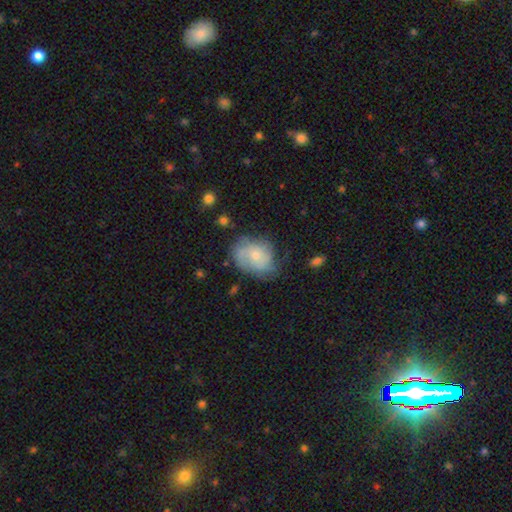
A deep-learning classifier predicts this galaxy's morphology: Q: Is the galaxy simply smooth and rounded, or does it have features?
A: featured or disk — 49%.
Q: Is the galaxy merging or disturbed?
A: none — 53%.